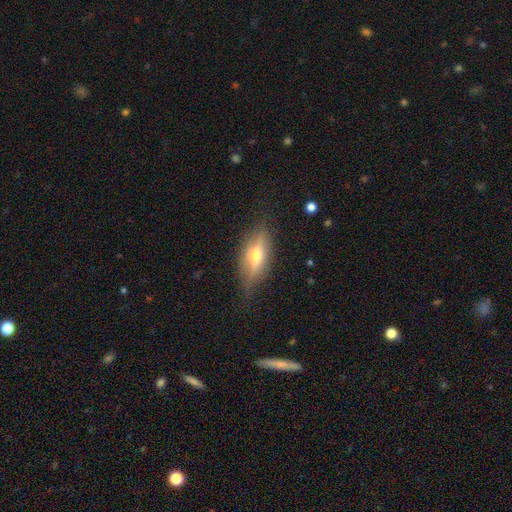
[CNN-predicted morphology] smooth_or_featured: featured or disk (p=0.58) [alt: smooth p=0.35]
disk_edge_on: yes (p=0.87) [alt: no p=0.13]
merging: none (p=0.78) [alt: minor disturbance p=0.16]